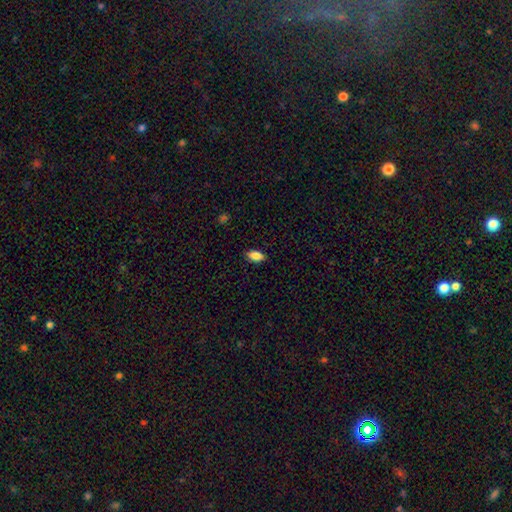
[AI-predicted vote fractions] Morphology: type=smooth (85%); roundness=in between (89%); merging=none (87%).